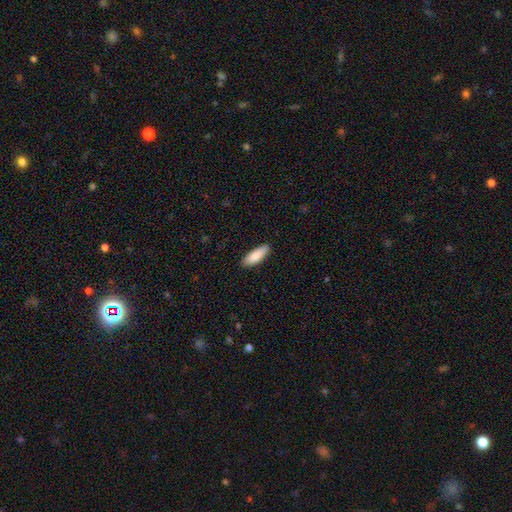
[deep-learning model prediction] smooth_or_featured: smooth (p=0.87) [alt: featured or disk p=0.08]
how_rounded: in between (p=0.63) [alt: cigar-shaped p=0.36]
merging: none (p=0.88) [alt: minor disturbance p=0.09]